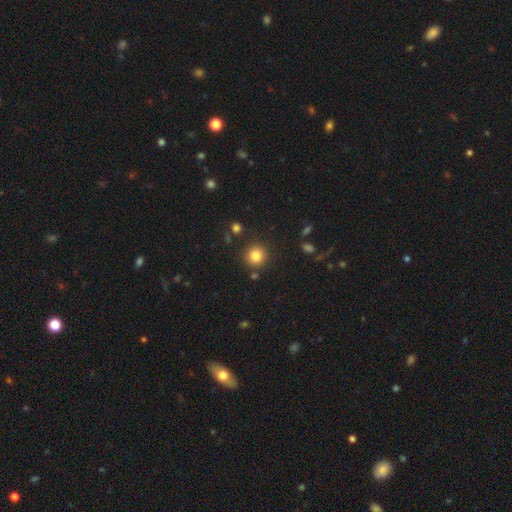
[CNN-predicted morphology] A smooth galaxy with no disk features (83%) that is round (93%).

Vote fractions:
- Smooth or featured? smooth: 83% / star or artifact: 12% / featured or disk: 6%
- How rounded? round: 93% / in between: 6% / cigar-shaped: 1%
- Merging? none: 87% / minor disturbance: 7% / merger: 3% / major disturbance: 3%